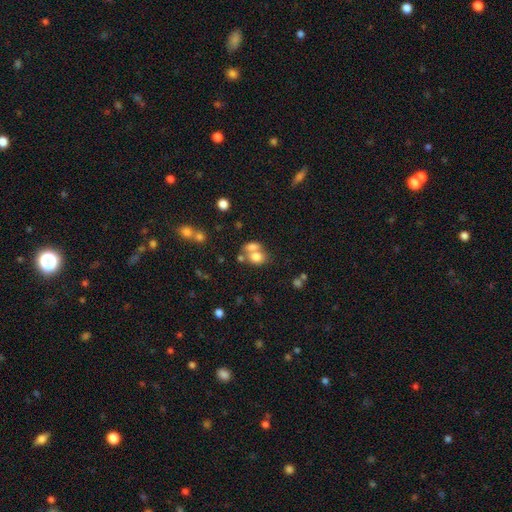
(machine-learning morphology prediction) Overall: smooth (72%). How rounded: in between (55%; round 44%). Merging: merger (53%; none 32%).